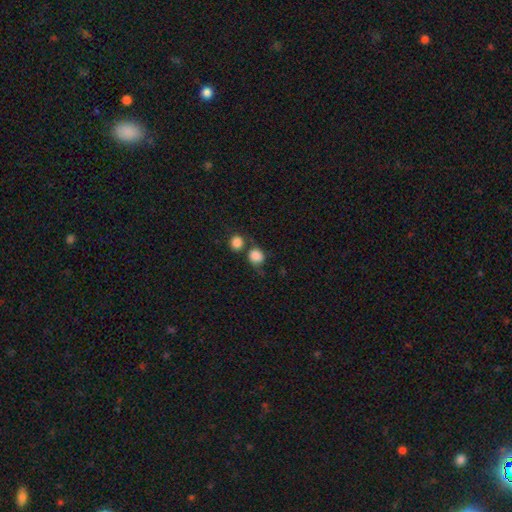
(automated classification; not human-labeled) Smooth or featured: smooth — 83% (star or artifact — 9%)
How rounded: round — 78% (in between — 21%)
Merging: none — 46% (merger — 32%)